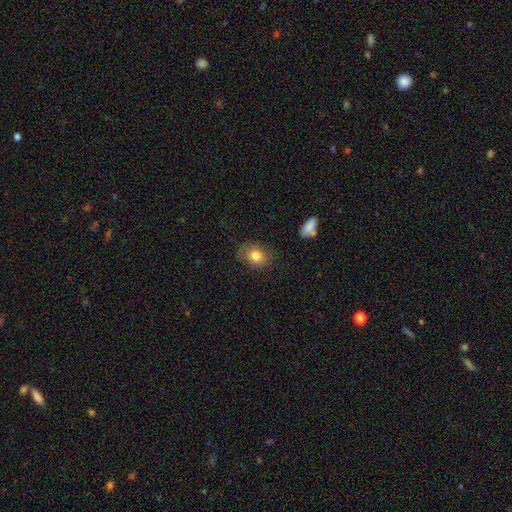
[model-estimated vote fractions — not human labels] This is clearly a smooth galaxy (82%). How rounded: possibly in between (57%). Merging: likely none (75%).